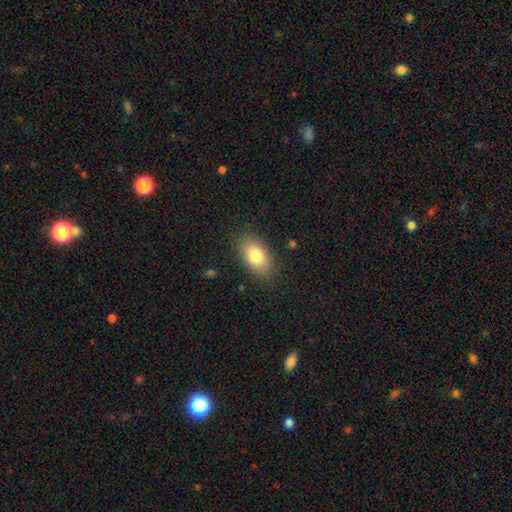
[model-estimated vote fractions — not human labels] Overall: smooth (82%). How rounded: in between (91%). Merging: none (83%).